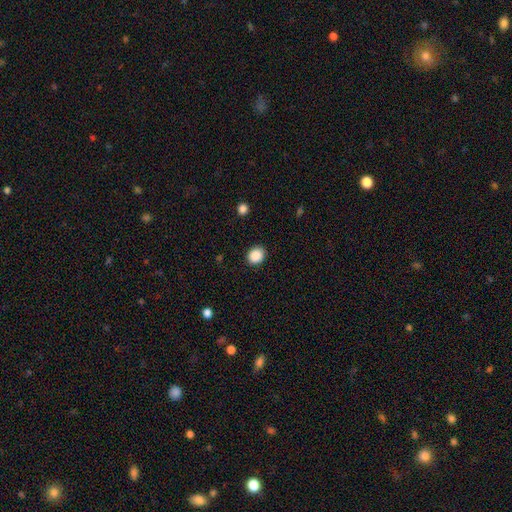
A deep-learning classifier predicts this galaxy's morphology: Smooth or featured: smooth — 89% (star or artifact — 9%)
How rounded: round — 67% (in between — 33%)
Merging: none — 89% (minor disturbance — 7%)